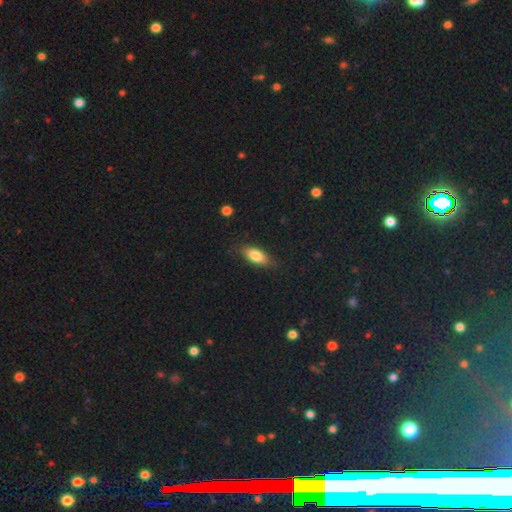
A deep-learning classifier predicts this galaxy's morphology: Q: Smooth or featured?
A: smooth (80%); runner-up: featured or disk (13%)
Q: How rounded?
A: in between (82%); runner-up: cigar-shaped (14%)
Q: Merging?
A: none (81%); runner-up: minor disturbance (15%)